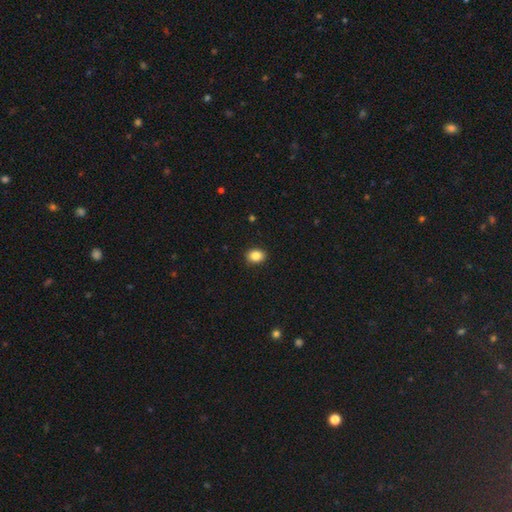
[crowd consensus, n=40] A smooth galaxy with no disk features (88%) that is in between round and cigar-shaped (63%). Merging: none (86%).